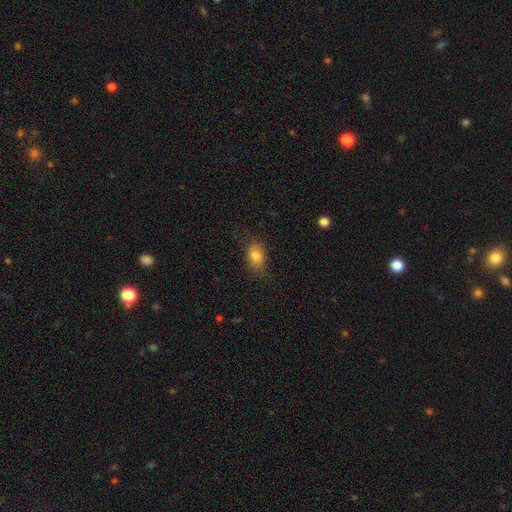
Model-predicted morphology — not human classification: smooth-or-featured: smooth: 82% | featured or disk: 9% | star or artifact: 9%
  how-rounded: in between: 81% | round: 17% | cigar-shaped: 2%
  merging: none: 77% | minor disturbance: 17% | major disturbance: 5% | merger: 1%